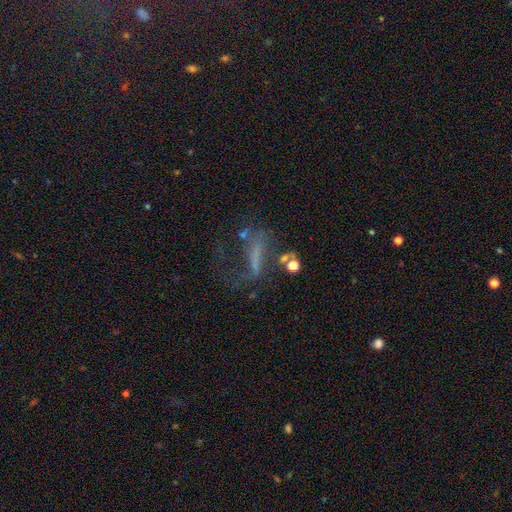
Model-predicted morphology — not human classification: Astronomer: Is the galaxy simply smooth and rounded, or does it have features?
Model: featured or disk — 46% (runner-up: smooth, 29%).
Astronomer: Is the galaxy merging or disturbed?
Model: major disturbance — 43% (runner-up: none, 32%).